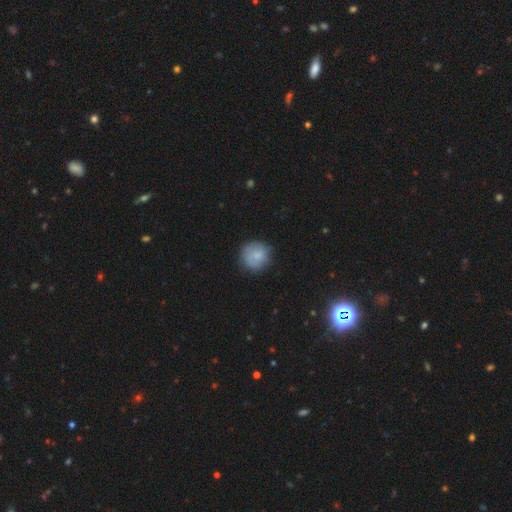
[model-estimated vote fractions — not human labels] Q: Smooth or featured?
A: smooth (76%); runner-up: featured or disk (17%)
Q: How rounded?
A: round (91%); runner-up: in between (8%)
Q: Merging?
A: none (77%); runner-up: minor disturbance (17%)